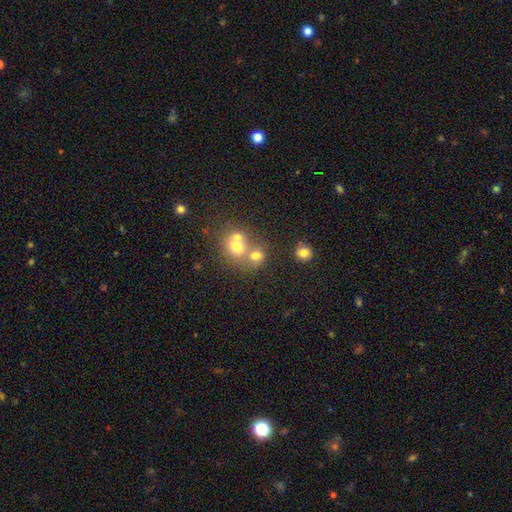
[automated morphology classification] Overall: smooth (68%). How rounded: round (72%). Merging: merger (51%; none 38%).